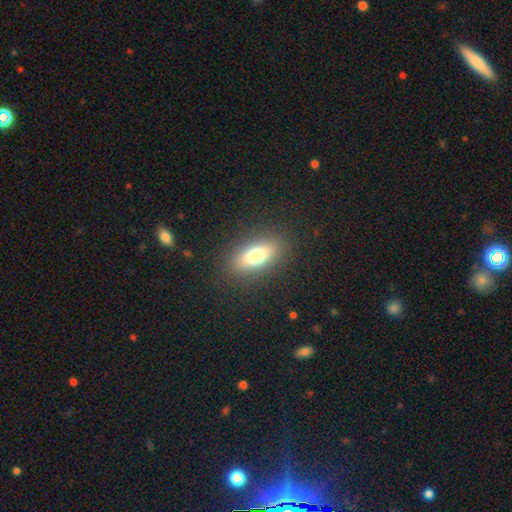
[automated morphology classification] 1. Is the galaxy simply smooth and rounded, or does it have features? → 73% smooth, 18% featured or disk, 10% star or artifact.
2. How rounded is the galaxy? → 78% in between, 16% cigar-shaped, 6% round.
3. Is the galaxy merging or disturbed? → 87% none, 9% minor disturbance, 4% major disturbance, 1% merger.